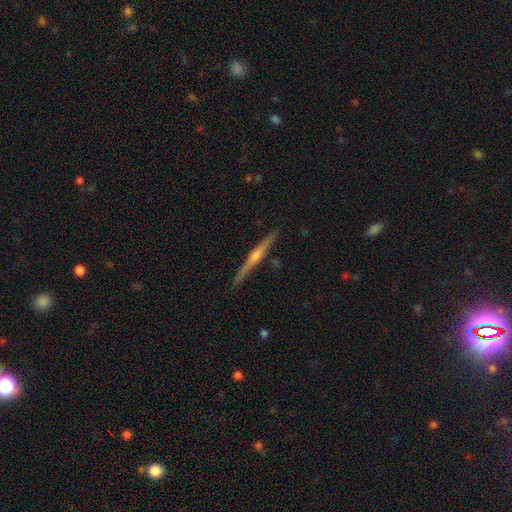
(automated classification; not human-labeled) A featured or disk galaxy (81%) viewed edge-on (98%) with a rounded central bulge (86%). Merging: none (91%).